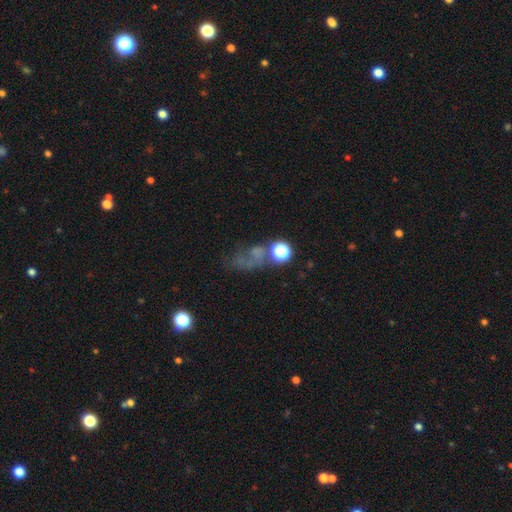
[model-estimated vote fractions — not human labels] smooth 38%, star or artifact 33%, featured or disk 29%. Down the decision tree: merging — none (38%).